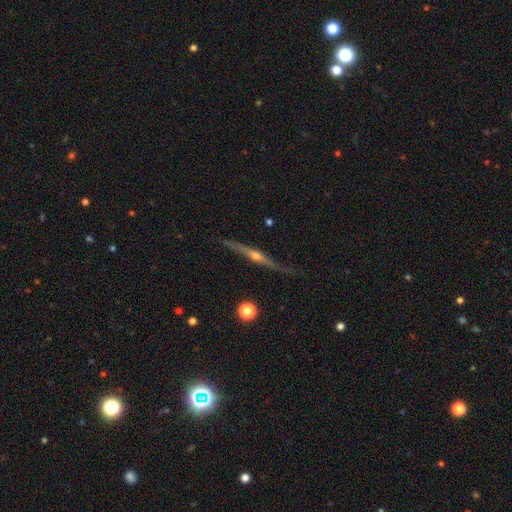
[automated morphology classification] type=featured or disk (83%); edge-on=yes (96%); edge-on bulge=rounded (89%); merging=none (78%).